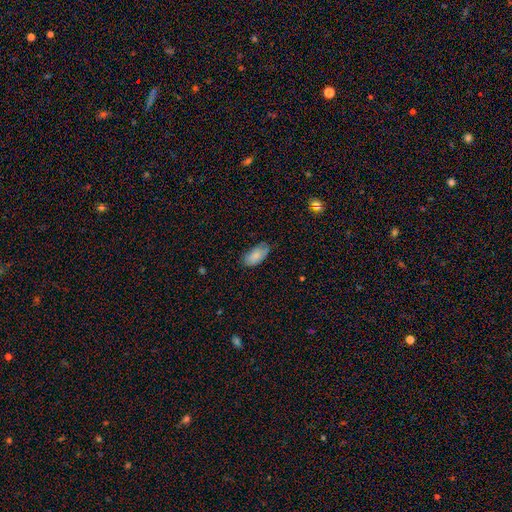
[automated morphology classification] Q: Smooth or featured?
A: smooth (83%); runner-up: featured or disk (11%)
Q: How rounded?
A: in between (94%); runner-up: cigar-shaped (3%)
Q: Merging?
A: none (67%); runner-up: minor disturbance (27%)